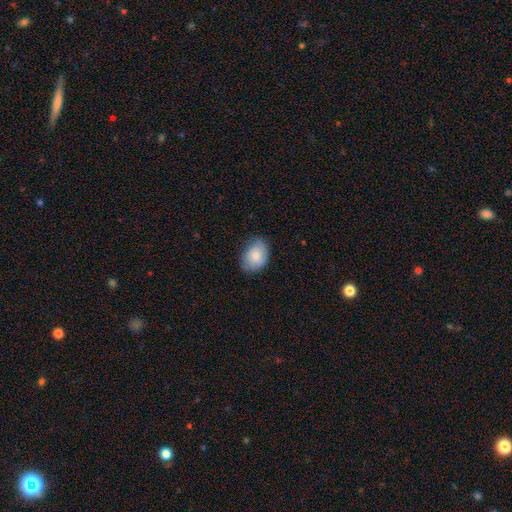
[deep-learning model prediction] Smooth or featured? Predicted: smooth (p=0.83). How rounded? Predicted: in between (p=0.73). Merging? Predicted: none (p=0.70).